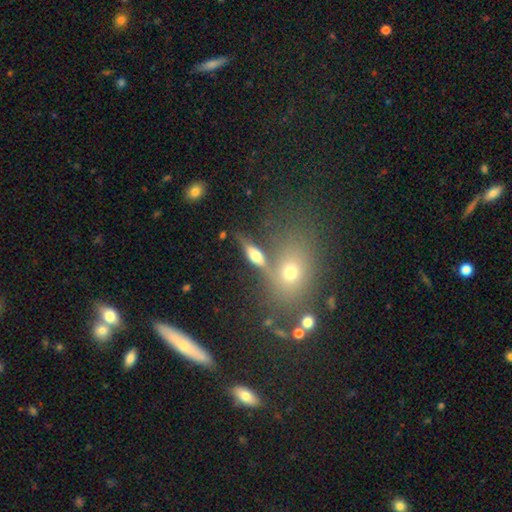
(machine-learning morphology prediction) This appears to be a smooth galaxy with no disk features (49%). Merging: none (57%).